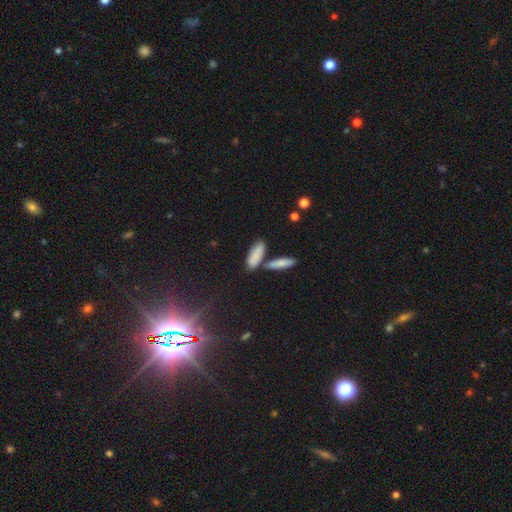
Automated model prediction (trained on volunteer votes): This is likely a smooth galaxy (78%). How rounded: likely in between (64%). Merging: likely none (60%).